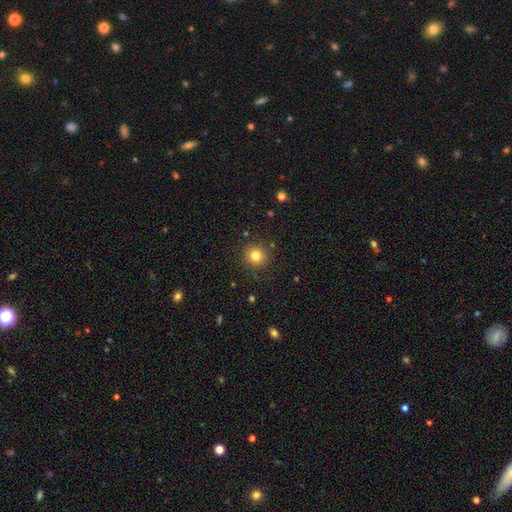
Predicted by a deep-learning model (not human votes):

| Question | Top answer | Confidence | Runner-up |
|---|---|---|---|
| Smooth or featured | smooth | 81% | star or artifact (13%) |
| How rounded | round | 94% | in between (5%) |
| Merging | none | 89% | minor disturbance (7%) |